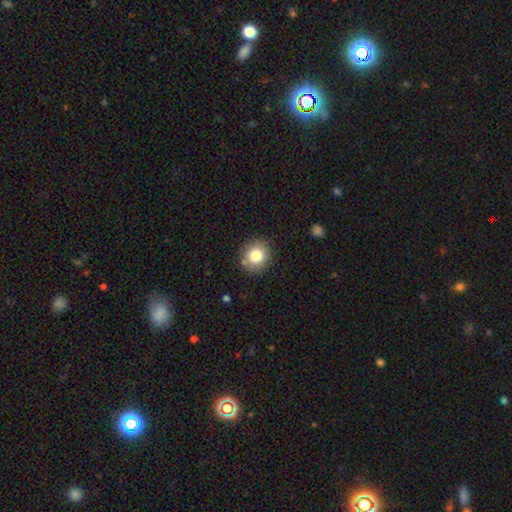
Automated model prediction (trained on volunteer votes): This appears to be a smooth galaxy with no disk features (80%) that is round (86%). Merging: none (85%).